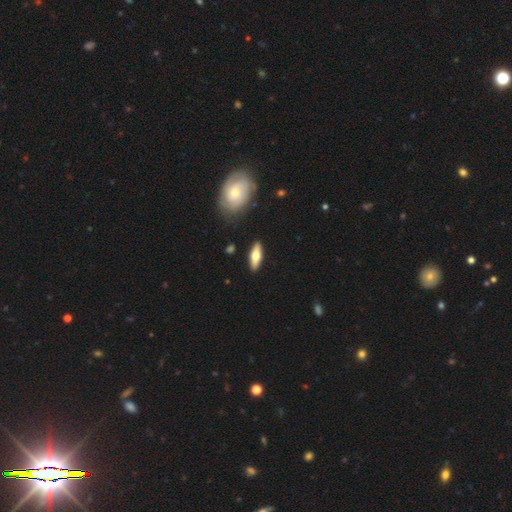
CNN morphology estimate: smooth-or-featured: smooth: 60% | featured or disk: 34% | star or artifact: 6%
  how-rounded: in between: 56% | cigar-shaped: 41% | round: 3%
  merging: none: 88% | minor disturbance: 8% | major disturbance: 2% | merger: 2%